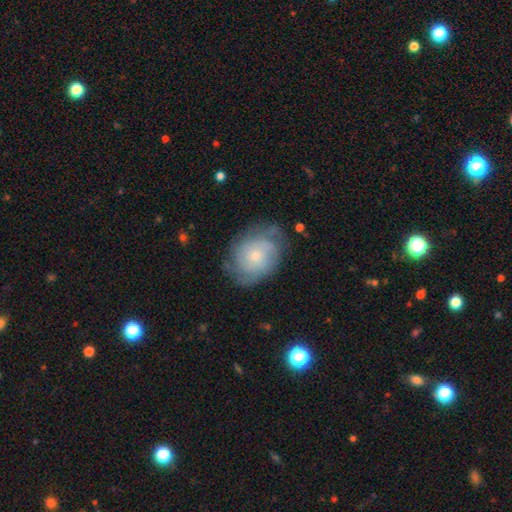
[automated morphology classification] featured or disk 64%, smooth 29%, star or artifact 8%. Down the decision tree: edge-on disk — no (97%); bar — no (80%); spiral arms — yes (86%); spiral arm count — can't tell (47%); spiral winding — tight (58%); bulge size — small (62%); merging — none (66%).